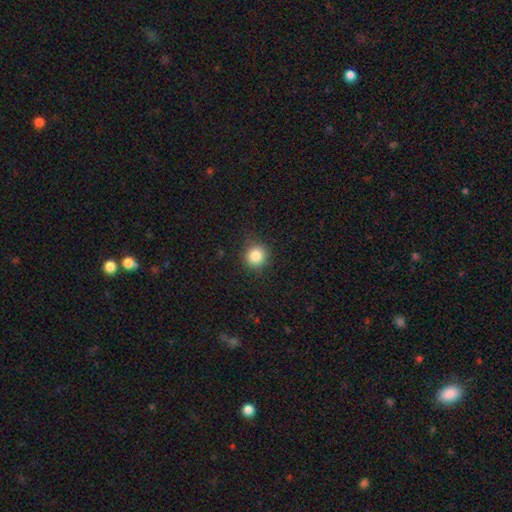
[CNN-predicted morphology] This is clearly a smooth galaxy (85%). How rounded: clearly round (90%). Merging: clearly none (86%).